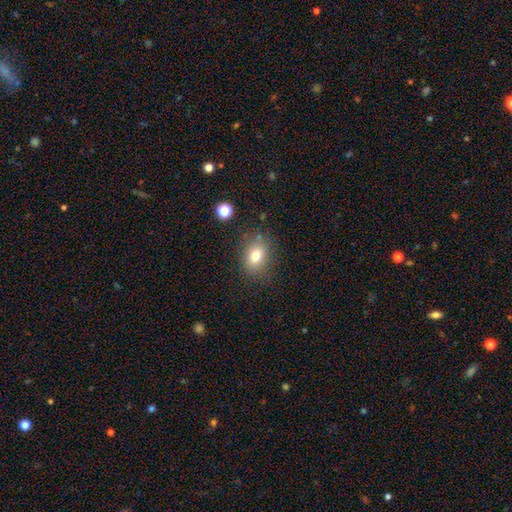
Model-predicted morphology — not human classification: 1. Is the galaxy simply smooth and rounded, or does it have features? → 77% smooth, 12% star or artifact, 11% featured or disk.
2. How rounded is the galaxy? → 67% in between, 31% round, 1% cigar-shaped.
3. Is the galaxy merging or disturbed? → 78% none, 14% minor disturbance, 5% major disturbance, 3% merger.